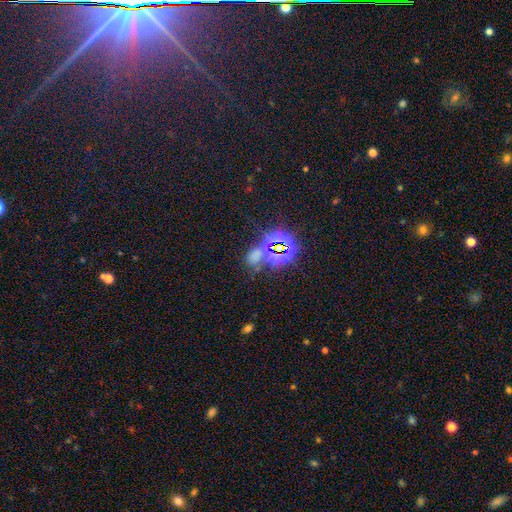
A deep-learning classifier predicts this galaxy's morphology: A star or artifact, not a galaxy (58%).

Vote fractions:
- Smooth or featured? star or artifact: 58% / smooth: 34% / featured or disk: 8%